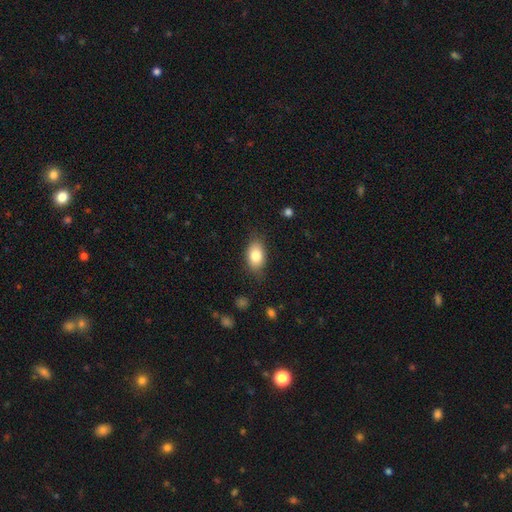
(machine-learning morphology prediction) Smooth or featured? Predicted: smooth (p=0.82). How rounded? Predicted: in between (p=0.87). Merging? Predicted: none (p=0.76).